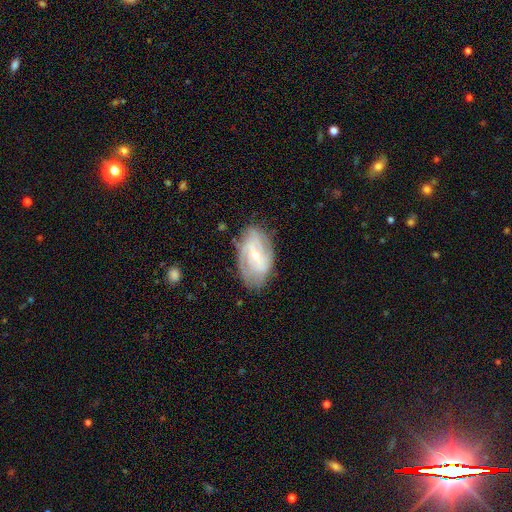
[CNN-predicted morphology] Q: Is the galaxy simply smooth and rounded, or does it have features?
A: featured or disk — 79%.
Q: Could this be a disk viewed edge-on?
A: no — 95%.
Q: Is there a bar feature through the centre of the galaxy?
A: weak — 43%.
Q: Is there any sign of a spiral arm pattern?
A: yes — 90%.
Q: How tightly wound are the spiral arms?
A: tight — 48%.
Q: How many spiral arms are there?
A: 2 — 47%.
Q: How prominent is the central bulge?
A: small — 68%.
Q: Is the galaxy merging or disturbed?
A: none — 75%.